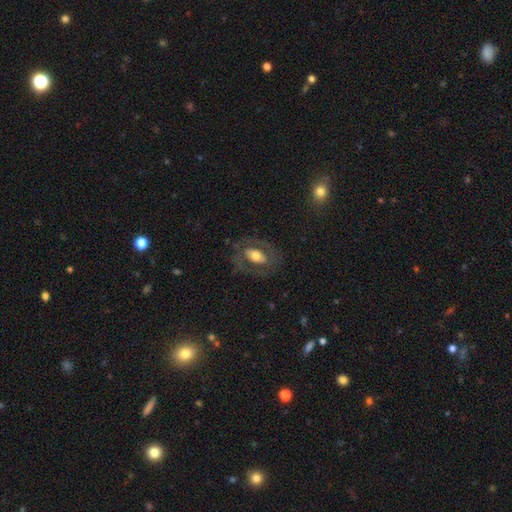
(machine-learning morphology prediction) Overall: featured or disk (53%; smooth 40%). Edge-on disk: no (91%). Merging: none (71%).